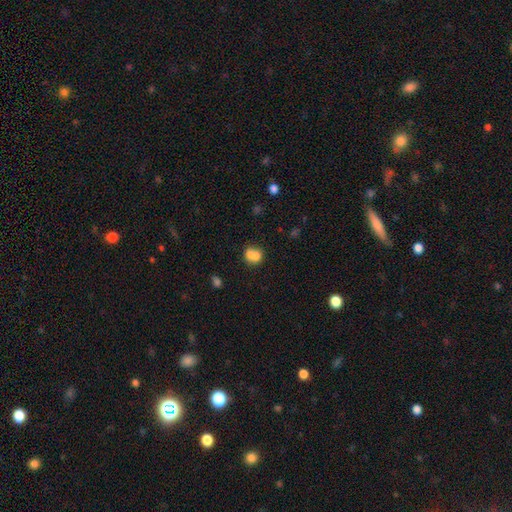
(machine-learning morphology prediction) Overall: smooth (73%). How rounded: round (66%; in between 32%). Merging: merger (57%; none 31%).